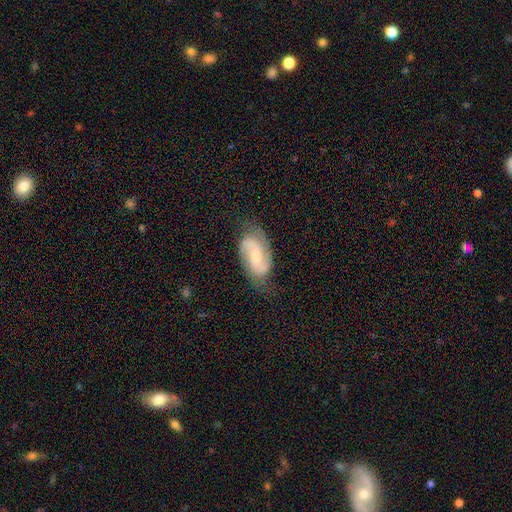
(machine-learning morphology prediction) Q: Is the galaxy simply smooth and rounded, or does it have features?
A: featured or disk — 80%.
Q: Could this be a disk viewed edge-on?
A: no — 97%.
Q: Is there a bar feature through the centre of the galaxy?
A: weak — 46%.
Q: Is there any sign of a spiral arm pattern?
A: yes — 96%.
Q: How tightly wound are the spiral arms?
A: medium — 50%.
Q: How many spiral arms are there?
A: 2 — 90%.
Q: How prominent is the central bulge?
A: moderate — 46%.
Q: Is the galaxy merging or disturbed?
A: none — 73%.